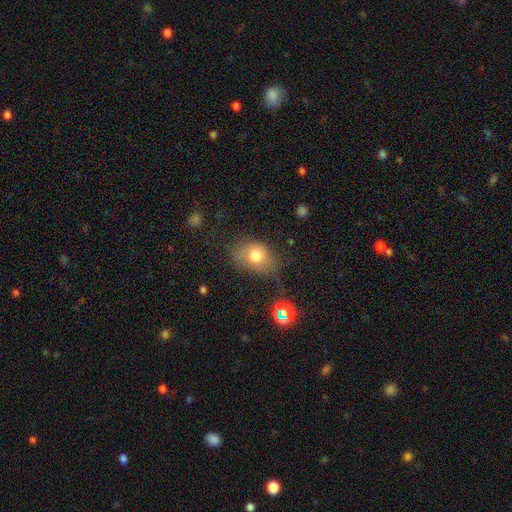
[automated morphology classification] smooth_or_featured: smooth (p=0.74) [alt: featured or disk p=0.15]
how_rounded: in between (p=0.60) [alt: round p=0.39]
merging: none (p=0.49) [alt: minor disturbance p=0.31]